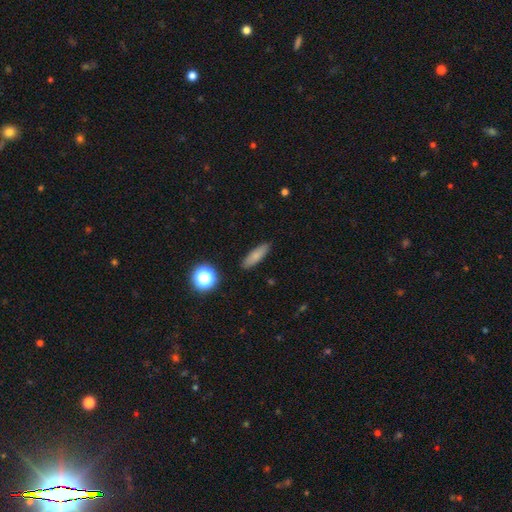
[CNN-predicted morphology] smooth_or_featured: smooth (p=0.80) [alt: featured or disk p=0.11]
how_rounded: cigar-shaped (p=0.55) [alt: in between p=0.41]
merging: none (p=0.88) [alt: minor disturbance p=0.09]